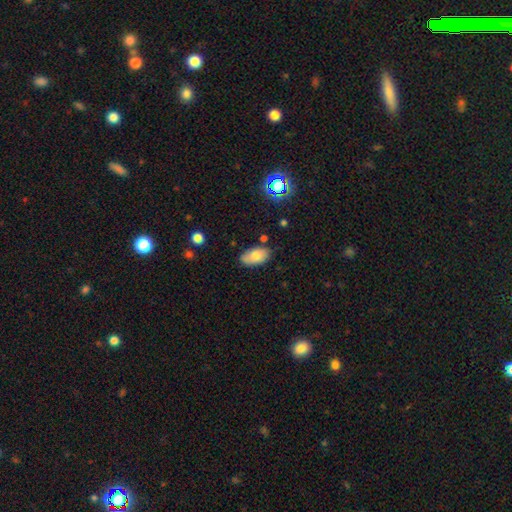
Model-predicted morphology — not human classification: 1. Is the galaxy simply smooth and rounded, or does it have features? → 78% smooth, 14% featured or disk, 8% star or artifact.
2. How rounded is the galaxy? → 94% in between, 4% round, 2% cigar-shaped.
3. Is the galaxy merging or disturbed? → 78% none, 16% minor disturbance, 3% major disturbance, 3% merger.